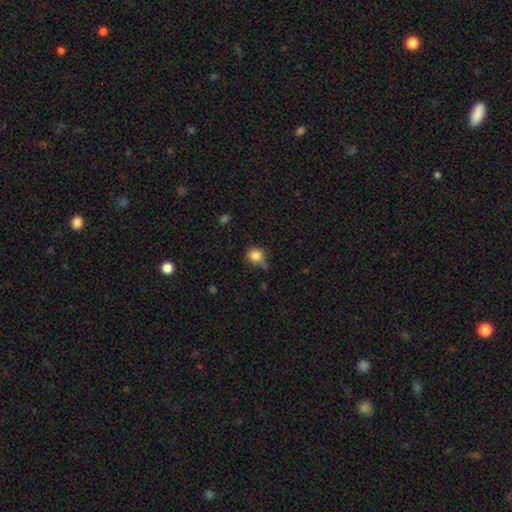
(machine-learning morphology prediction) Q: Smooth or featured?
A: smooth (82%); runner-up: star or artifact (11%)
Q: How rounded?
A: round (77%); runner-up: in between (21%)
Q: Merging?
A: none (53%); runner-up: minor disturbance (32%)